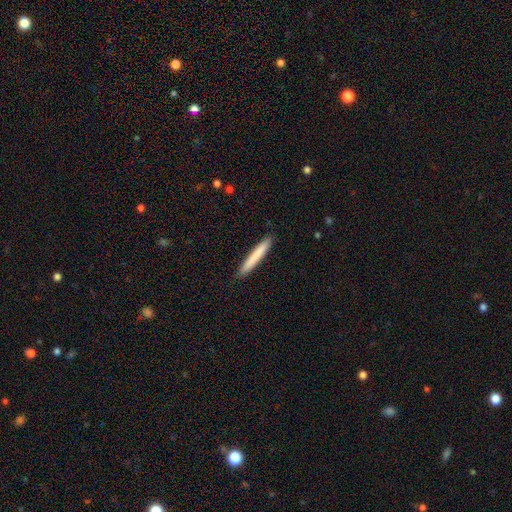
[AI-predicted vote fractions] Smooth or featured? smooth (79%)
How rounded? cigar-shaped (96%)
Merging? none (91%)